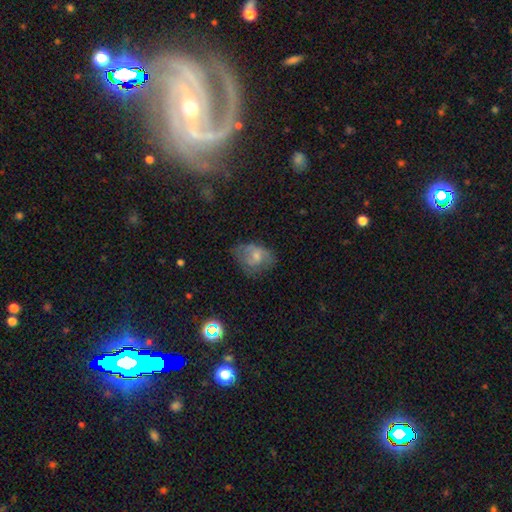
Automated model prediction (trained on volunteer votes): smooth_or_featured: smooth (p=0.56) [alt: featured or disk p=0.35]
how_rounded: in between (p=0.70) [alt: round p=0.29]
merging: none (p=0.46) [alt: minor disturbance p=0.32]